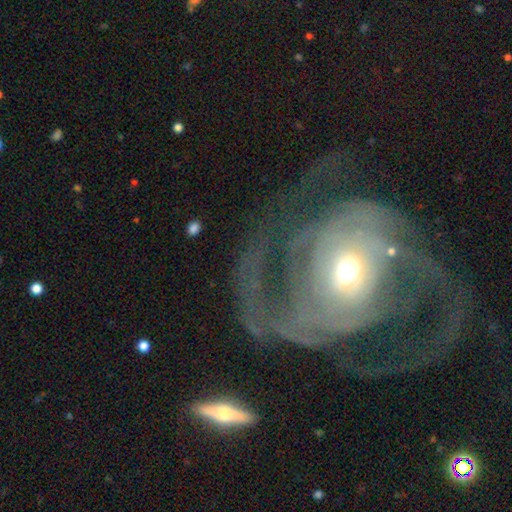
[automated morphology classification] Smooth or featured?
  - featured or disk: 77% *
  - smooth: 15%
  - star or artifact: 8%
Edge-on disk?
  - no: 95% *
  - yes: 5%
Bar?
  - no: 66% *
  - weak: 22%
  - strong: 12%
Spiral arms?
  - yes: 78% *
  - no: 22%
Spiral winding?
  - medium: 38% *
  - loose: 33%
  - tight: 29%
Spiral arm count?
  - 2: 54% *
  - can't tell: 20%
  - 1: 10%
  - 3: 8%
  - 4: 4%
  - more than 4: 4%
Bulge size?
  - moderate: 62% *
  - small: 27%
  - large: 8%
  - dominant: 2%
  - none: 1%
Merging?
  - none: 41% *
  - major disturbance: 39%
  - minor disturbance: 14%
  - merger: 6%